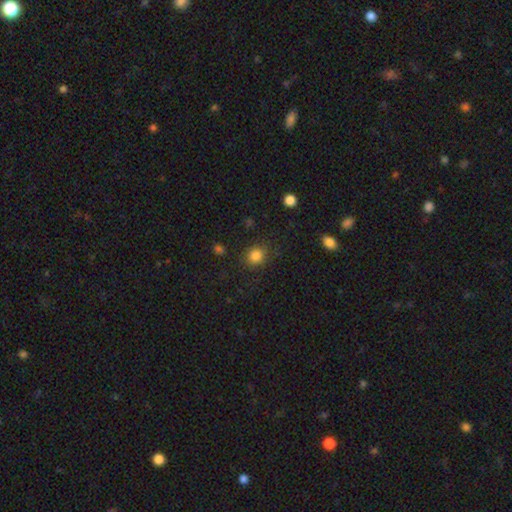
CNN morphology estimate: Smooth or featured? smooth (83%)
How rounded? round (81%)
Merging? none (83%)